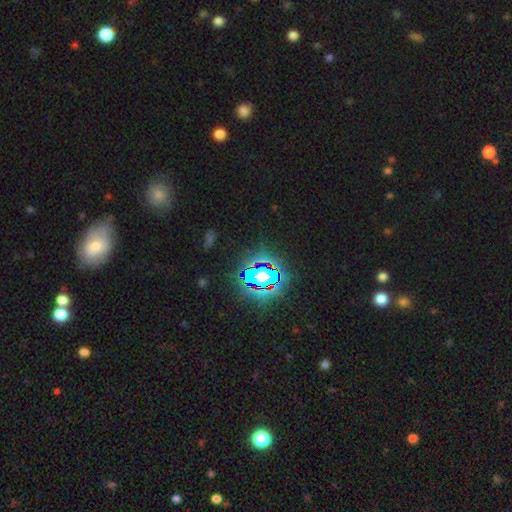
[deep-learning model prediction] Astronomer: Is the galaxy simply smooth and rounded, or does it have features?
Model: star or artifact — 80%.